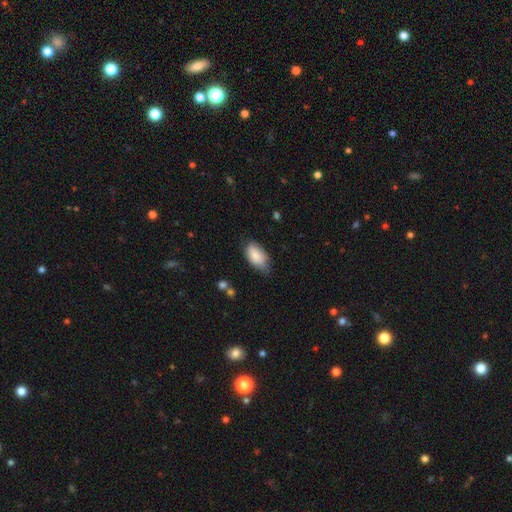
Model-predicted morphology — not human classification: smooth-or-featured: smooth: 85% | featured or disk: 9% | star or artifact: 6%
  how-rounded: in between: 94% | round: 4% | cigar-shaped: 3%
  merging: none: 61% | minor disturbance: 31% | major disturbance: 5% | merger: 2%